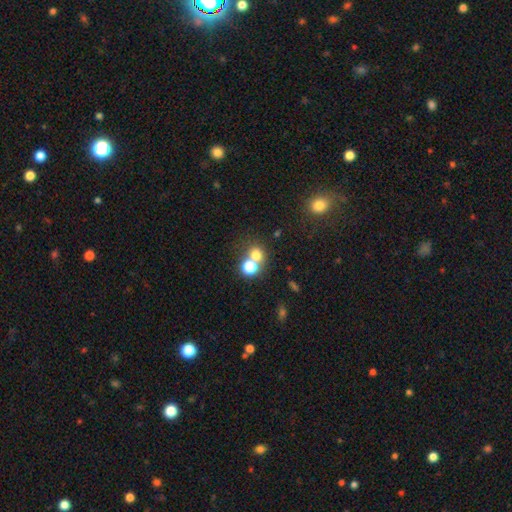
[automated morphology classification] Smooth or featured: smooth — 69% (star or artifact — 20%)
How rounded: round — 80% (in between — 19%)
Merging: none — 50% (merger — 39%)